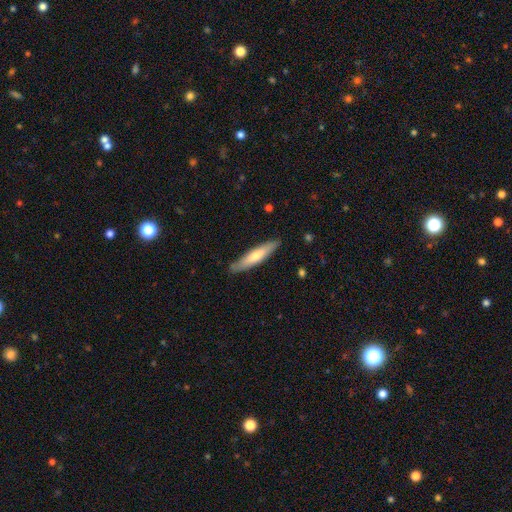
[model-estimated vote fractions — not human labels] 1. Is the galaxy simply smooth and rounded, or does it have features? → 59% smooth, 36% featured or disk, 6% star or artifact.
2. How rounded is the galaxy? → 86% cigar-shaped, 13% in between, 1% round.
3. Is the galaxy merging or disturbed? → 87% none, 10% minor disturbance, 2% major disturbance, 1% merger.